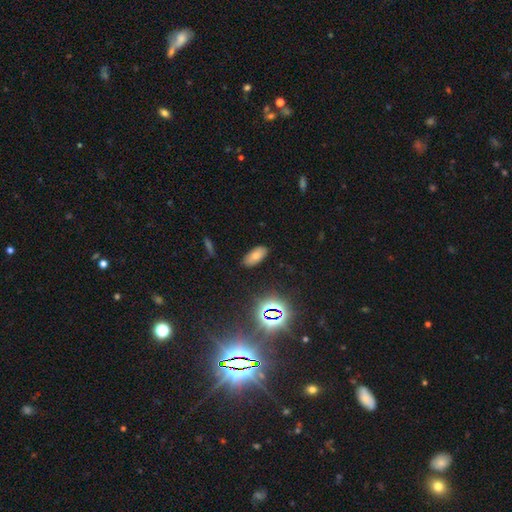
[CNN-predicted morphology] Smooth or featured?
  - smooth: 64% *
  - star or artifact: 21%
  - featured or disk: 15%
How rounded?
  - in between: 91% *
  - cigar-shaped: 6%
  - round: 3%
Merging?
  - none: 86% *
  - minor disturbance: 10%
  - major disturbance: 3%
  - merger: 1%